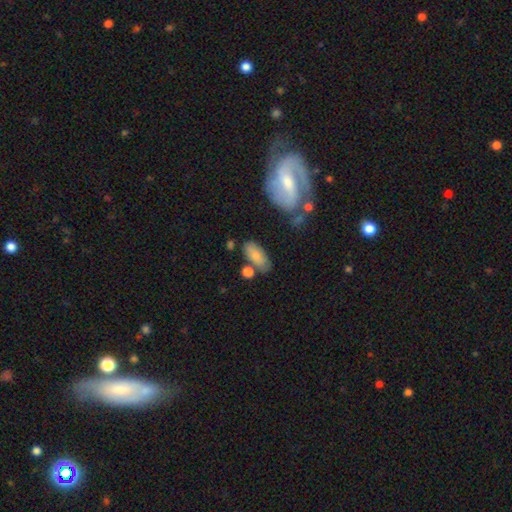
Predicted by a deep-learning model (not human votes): A smooth galaxy with no disk features (80%) that is in between round and cigar-shaped (88%).

Vote fractions:
- Smooth or featured? smooth: 80% / featured or disk: 13% / star or artifact: 7%
- How rounded? in between: 88% / cigar-shaped: 9% / round: 4%
- Merging? none: 66% / minor disturbance: 18% / merger: 11% / major disturbance: 5%